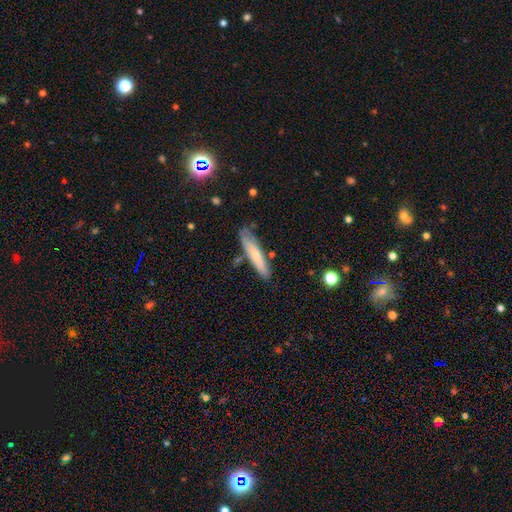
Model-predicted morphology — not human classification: Smooth or featured: smooth — 60% (featured or disk — 34%)
How rounded: cigar-shaped — 85% (in between — 14%)
Merging: none — 73% (minor disturbance — 18%)